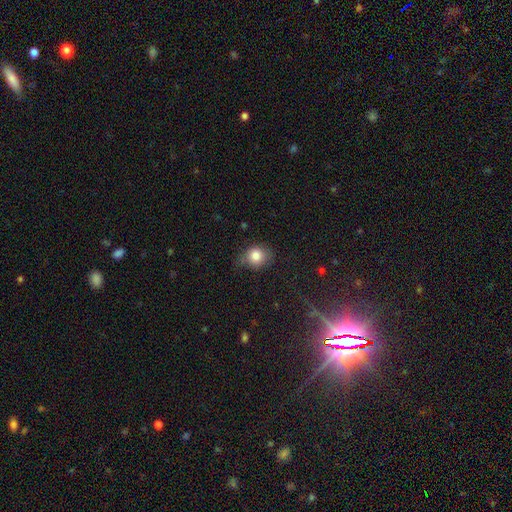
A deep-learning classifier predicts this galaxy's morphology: This appears to be a smooth galaxy with no disk features (81%) that is round (68%). Merging: none (60%).